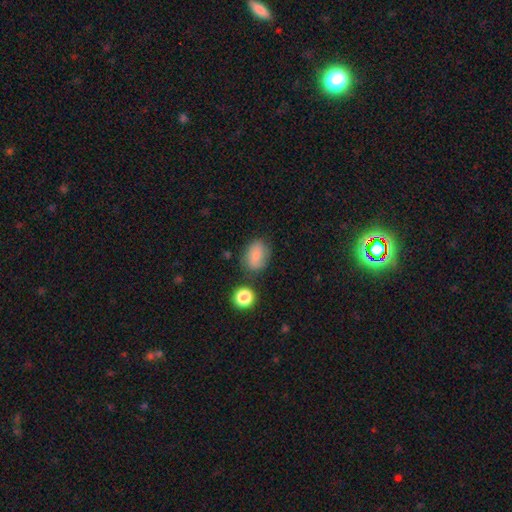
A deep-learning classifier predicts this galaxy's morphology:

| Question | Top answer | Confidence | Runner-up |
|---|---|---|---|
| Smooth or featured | smooth | 82% | star or artifact (10%) |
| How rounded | in between | 74% | round (25%) |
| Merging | none | 72% | minor disturbance (18%) |